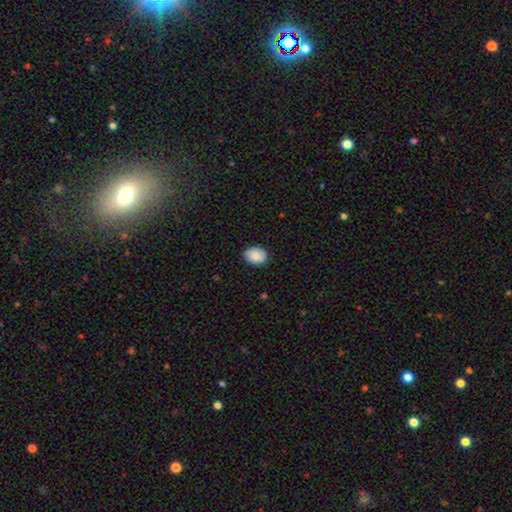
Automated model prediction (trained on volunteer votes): Smooth or featured: smooth — 86% (featured or disk — 7%)
How rounded: in between — 66% (round — 33%)
Merging: none — 85% (minor disturbance — 12%)